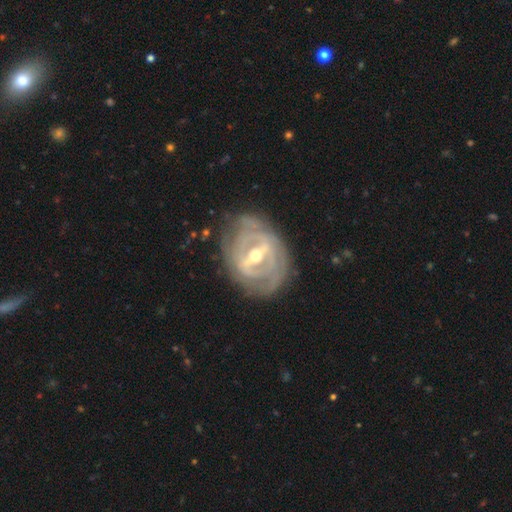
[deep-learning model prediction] Smooth or featured? Predicted: featured or disk (p=0.87). Edge-on disk? Predicted: no (p=0.93). Bar? Predicted: strong (p=0.71). Spiral arms? Predicted: yes (p=0.74). Spiral winding? Predicted: tight (p=0.70). Spiral arm count? Predicted: can't tell (p=0.43). Bulge size? Predicted: moderate (p=0.68). Merging? Predicted: none (p=0.75).